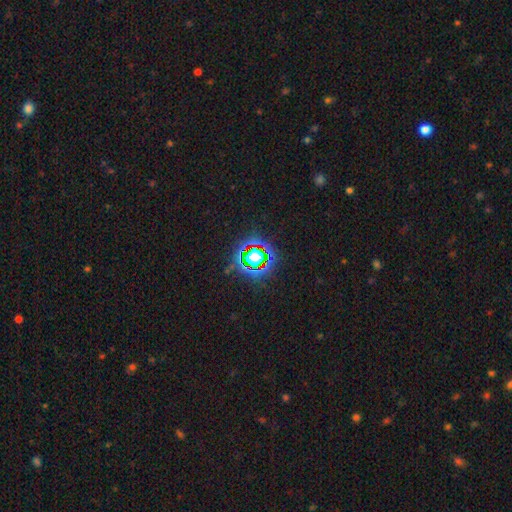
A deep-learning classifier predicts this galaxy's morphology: type=star or artifact (82%).